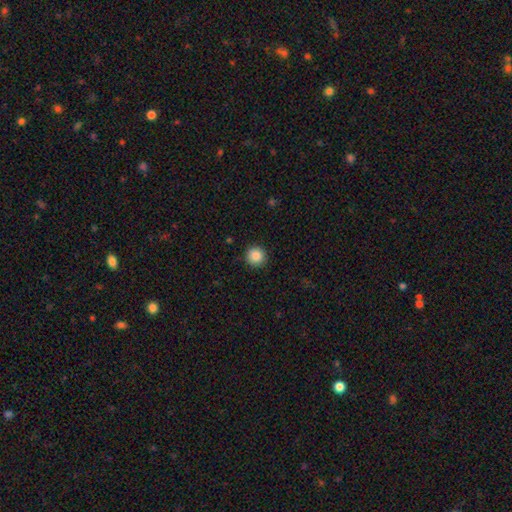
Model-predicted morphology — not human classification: smooth_or_featured: smooth (p=0.88) [alt: star or artifact p=0.09]
how_rounded: round (p=0.95) [alt: in between p=0.04]
merging: none (p=0.92) [alt: minor disturbance p=0.06]